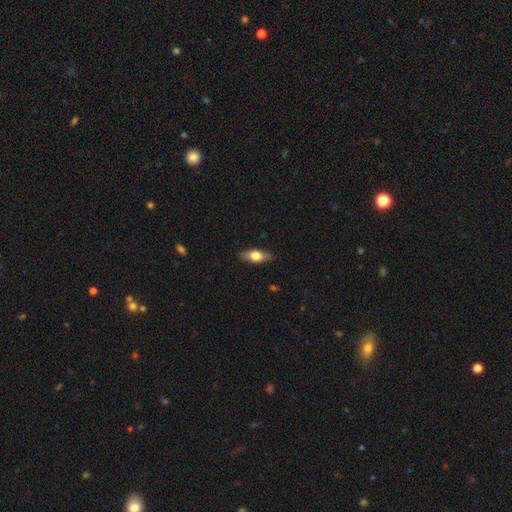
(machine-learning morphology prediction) smooth 61%, featured or disk 33%, star or artifact 6%. Down the decision tree: how rounded — in between (73%); merging — none (85%).